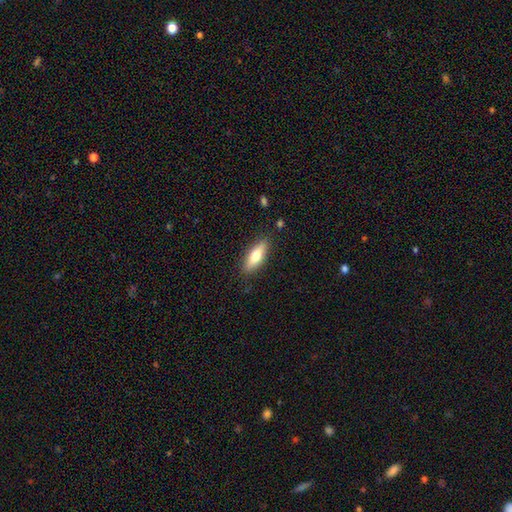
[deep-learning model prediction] This is likely a smooth galaxy (69%). How rounded: possibly in between (59%). Merging: clearly none (86%).